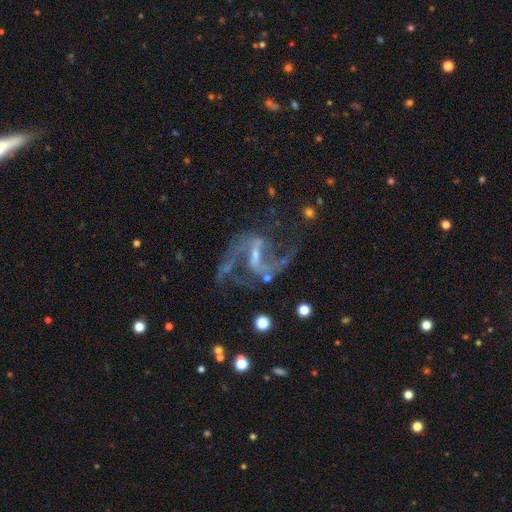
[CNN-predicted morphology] Smooth or featured? featured or disk (90%)
Edge-on disk? no (98%)
Bar? weak (44%, tied with strong)
Spiral arms? yes (96%)
Spiral winding? loose (54%)
Spiral arm count? 2 (91%)
Bulge size? small (54%)
Merging? none (58%)